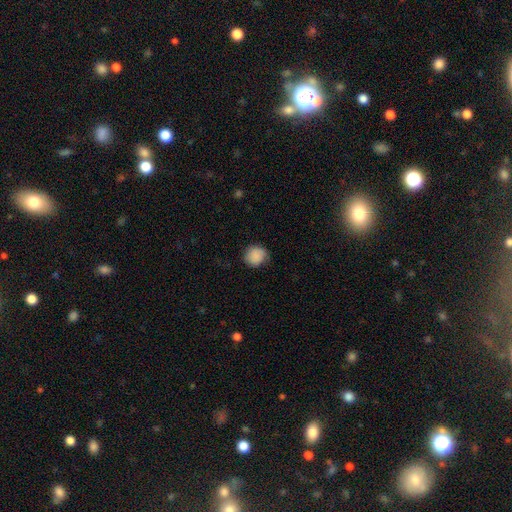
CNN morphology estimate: This appears to be a smooth galaxy with no disk features (86%) that is round (84%). Merging: none (76%).